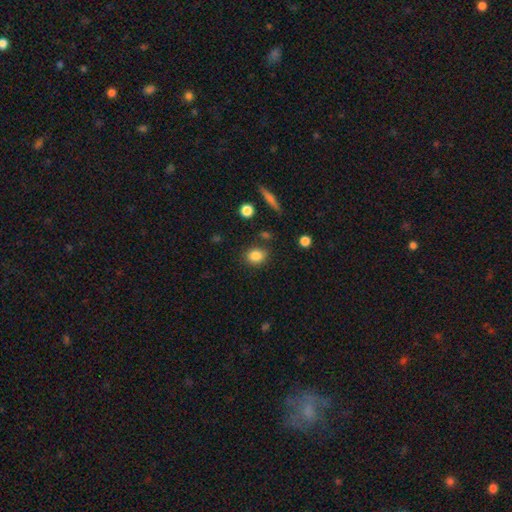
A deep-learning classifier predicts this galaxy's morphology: Smooth or featured: smooth — 84% (star or artifact — 10%)
How rounded: round — 50% (in between — 49%)
Merging: none — 79% (minor disturbance — 13%)